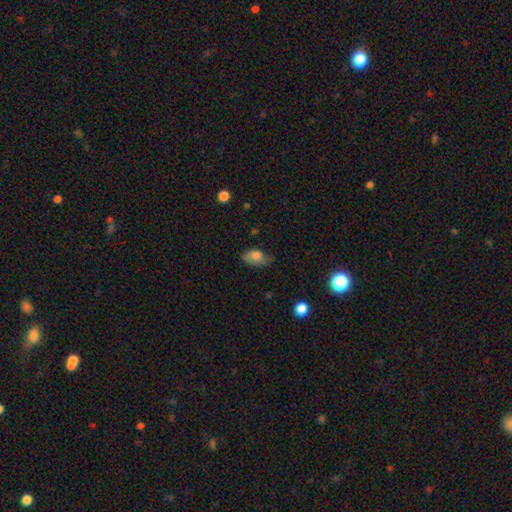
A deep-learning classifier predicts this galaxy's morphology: smooth 76%, featured or disk 15%, star or artifact 9%. Down the decision tree: how rounded — in between (90%); merging — none (55%).